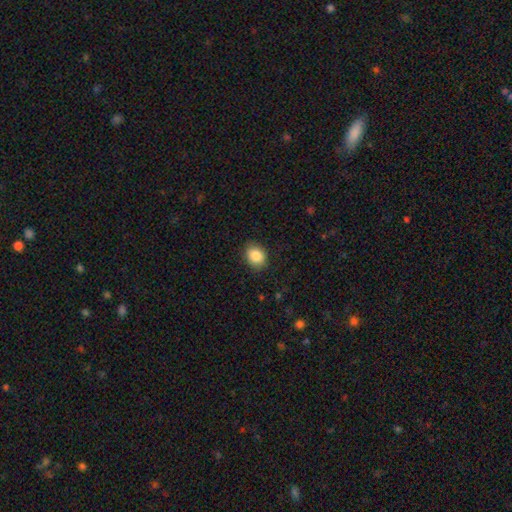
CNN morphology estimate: Smooth or featured: smooth — 87% (star or artifact — 8%)
How rounded: in between — 56% (round — 44%)
Merging: none — 86% (minor disturbance — 10%)